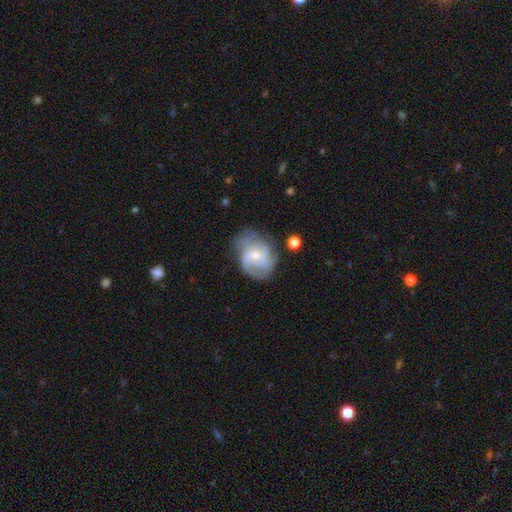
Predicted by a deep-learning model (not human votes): This is likely a featured or disk galaxy (72%). It is clearly not viewed edge-on (97%). Bar: possibly no (55%). Spiral arm pattern: clearly yes (89%). Spiral arm count: marginally 3 (30%). Spiral winding: marginally medium (44%). Central bulge: likely small (62%). Merging: possibly none (59%).